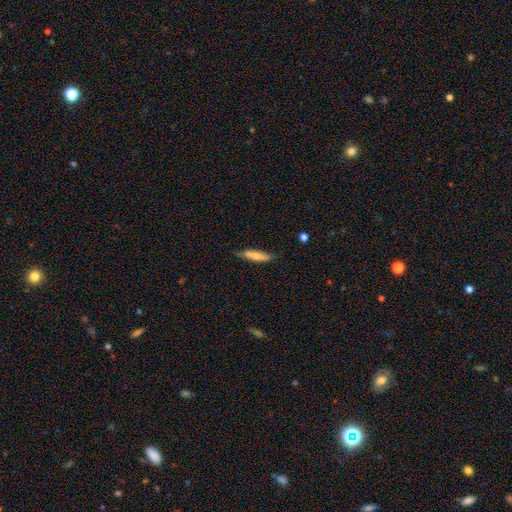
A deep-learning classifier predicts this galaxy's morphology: Smooth or featured? Predicted: smooth (p=0.65). How rounded? Predicted: cigar-shaped (p=0.82). Merging? Predicted: none (p=0.78).